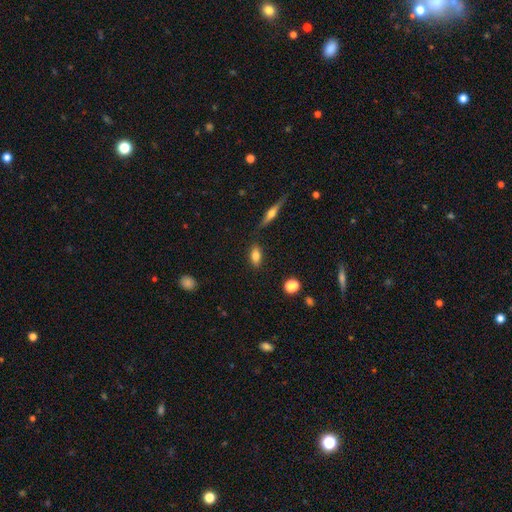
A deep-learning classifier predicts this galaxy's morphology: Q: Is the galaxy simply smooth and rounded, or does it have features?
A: smooth — 77%.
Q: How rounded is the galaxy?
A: in between — 84%.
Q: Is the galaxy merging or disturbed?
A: none — 83%.